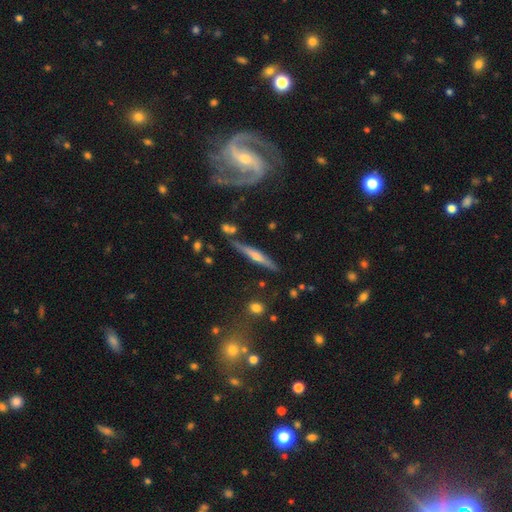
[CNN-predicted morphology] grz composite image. It shows a featured or disk galaxy (68%) viewed edge-on (93%) with a rounded central bulge (69%). Merging: none (77%).